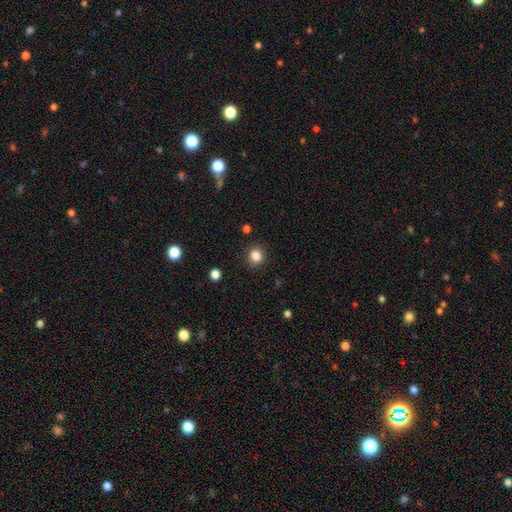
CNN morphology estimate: smooth 85%, star or artifact 11%, featured or disk 4%. Down the decision tree: how rounded — round (80%); merging — none (86%).